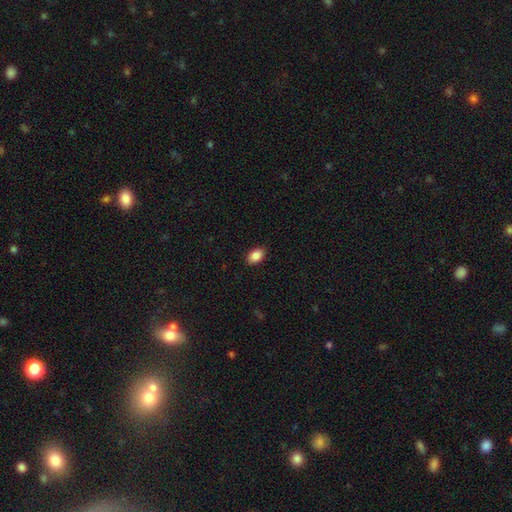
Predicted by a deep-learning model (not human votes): Q: Smooth or featured?
A: smooth (88%); runner-up: star or artifact (8%)
Q: How rounded?
A: in between (87%); runner-up: round (11%)
Q: Merging?
A: none (89%); runner-up: minor disturbance (9%)